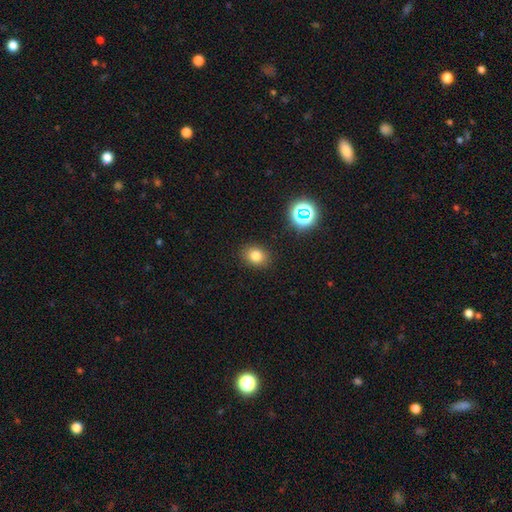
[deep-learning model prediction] Morphology: type=smooth (78%); roundness=round (52%); merging=none (89%).